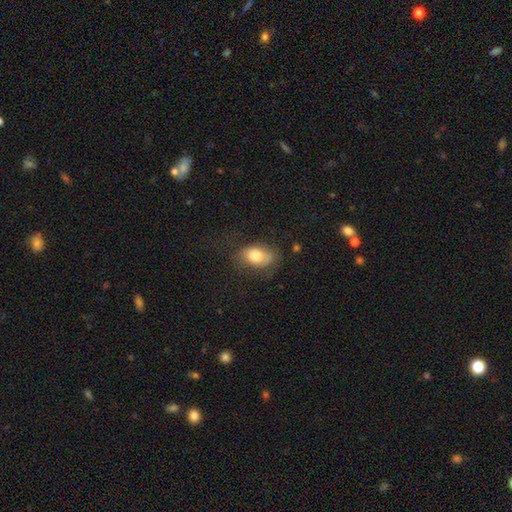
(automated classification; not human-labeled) The model was most divided on "merging": none: 55%, minor disturbance: 27%, major disturbance: 16%, merger: 2%. More confident: how rounded — in between (86%); smooth or featured — smooth (74%).